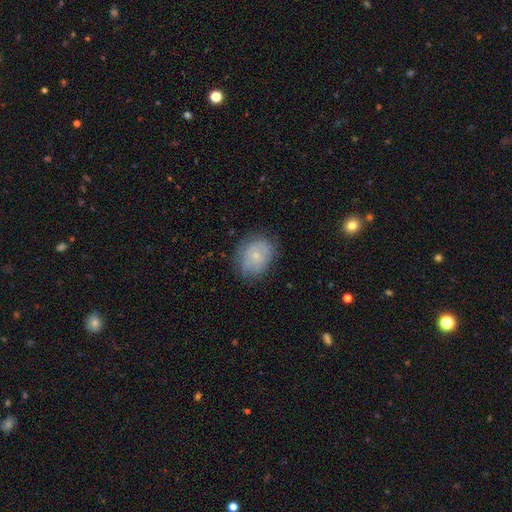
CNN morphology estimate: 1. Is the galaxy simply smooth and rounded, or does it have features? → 63% smooth, 28% featured or disk, 9% star or artifact.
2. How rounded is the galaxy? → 51% in between, 48% round, 1% cigar-shaped.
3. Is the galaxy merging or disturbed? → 75% none, 18% minor disturbance, 6% major disturbance, 1% merger.